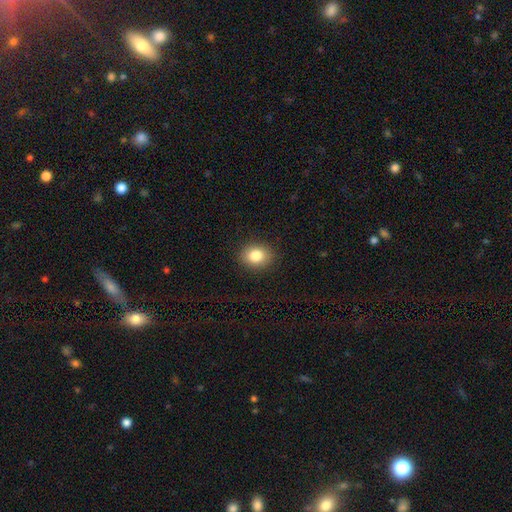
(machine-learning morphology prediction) smooth-or-featured: smooth: 84% | star or artifact: 10% | featured or disk: 7%
  how-rounded: in between: 52% | round: 47% | cigar-shaped: 1%
  merging: none: 89% | minor disturbance: 8% | major disturbance: 2% | merger: 1%